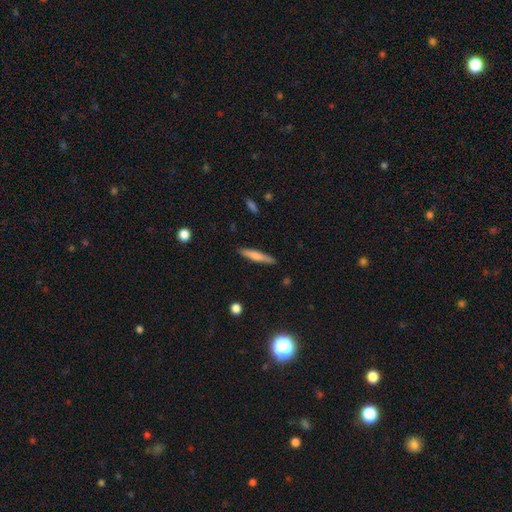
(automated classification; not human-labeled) Q: Smooth or featured?
A: smooth (66%); runner-up: featured or disk (28%)
Q: How rounded?
A: cigar-shaped (90%); runner-up: in between (8%)
Q: Merging?
A: none (89%); runner-up: minor disturbance (8%)